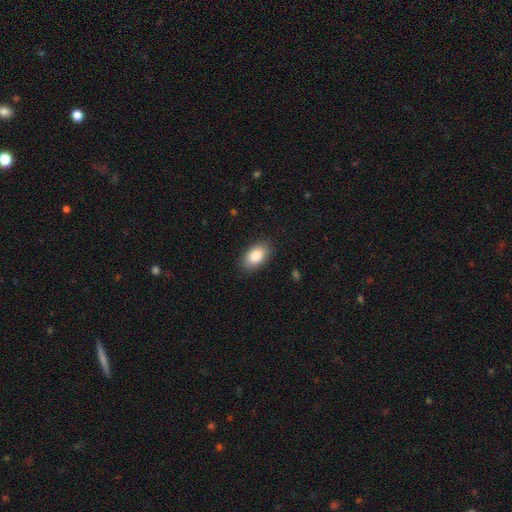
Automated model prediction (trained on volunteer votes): Smooth or featured? smooth (86%)
How rounded? in between (93%)
Merging? none (86%)